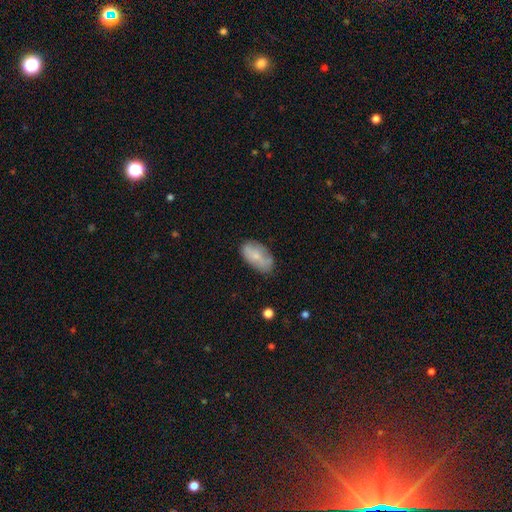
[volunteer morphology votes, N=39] Smooth or featured? 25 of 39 (64%) said smooth. How rounded? 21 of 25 (84%) said in between. Merging? 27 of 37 (73%) said none.